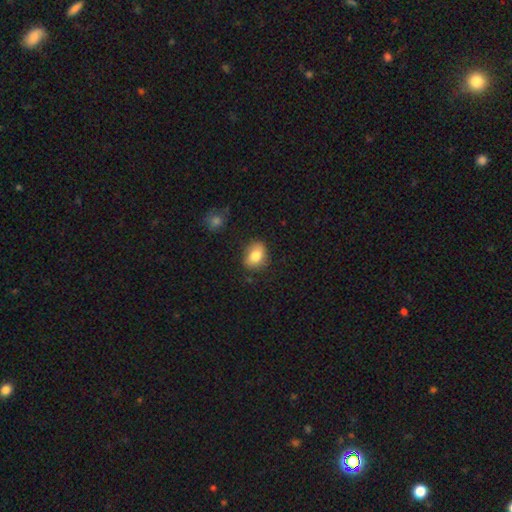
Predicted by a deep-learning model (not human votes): The model was most divided on "how rounded": in between: 57%, round: 42%, cigar-shaped: 1%. More confident: smooth or featured — smooth (79%); merging — none (78%).